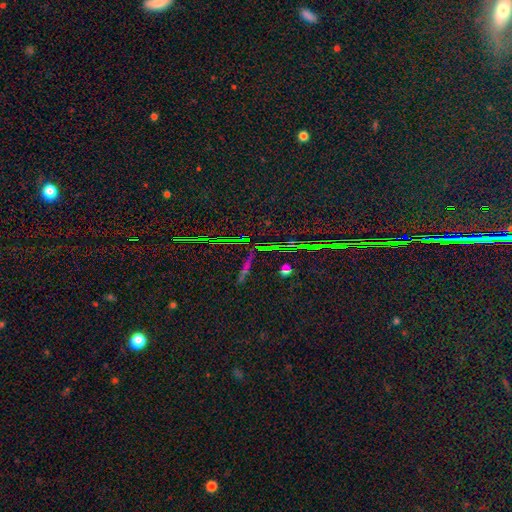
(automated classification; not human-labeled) Smooth or featured? star or artifact (73%)